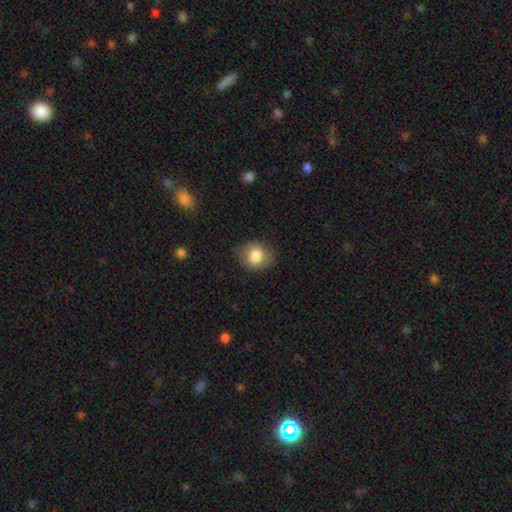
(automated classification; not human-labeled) This is clearly a smooth galaxy (80%). How rounded: likely round (62%). Merging: likely none (79%).